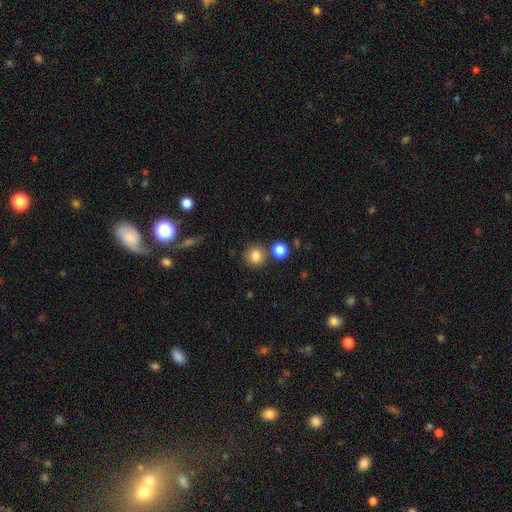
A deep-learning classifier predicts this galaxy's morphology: Q: Smooth or featured?
A: smooth (83%); runner-up: star or artifact (11%)
Q: How rounded?
A: round (90%); runner-up: in between (9%)
Q: Merging?
A: none (78%); runner-up: merger (11%)